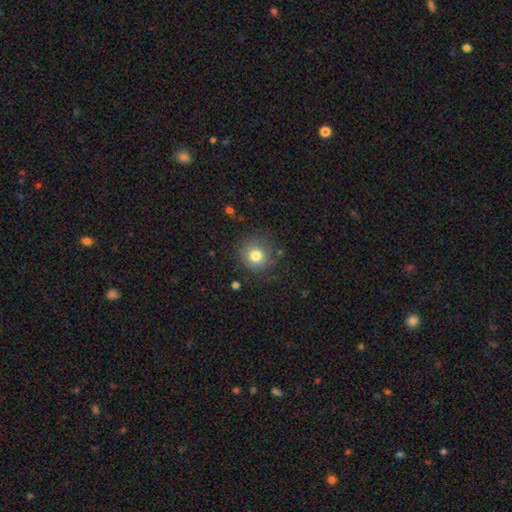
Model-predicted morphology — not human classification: The model was most divided on "merging": none: 77%, minor disturbance: 15%, major disturbance: 6%, merger: 2%. More confident: how rounded — round (91%); smooth or featured — smooth (79%).